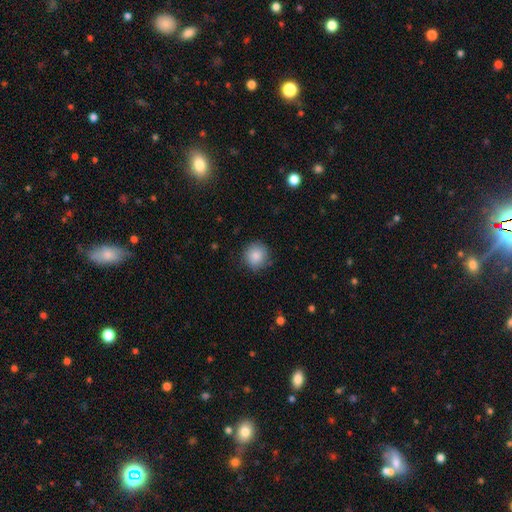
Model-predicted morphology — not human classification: Smooth or featured: smooth — 86% (star or artifact — 8%)
How rounded: round — 91% (in between — 8%)
Merging: none — 84% (minor disturbance — 12%)